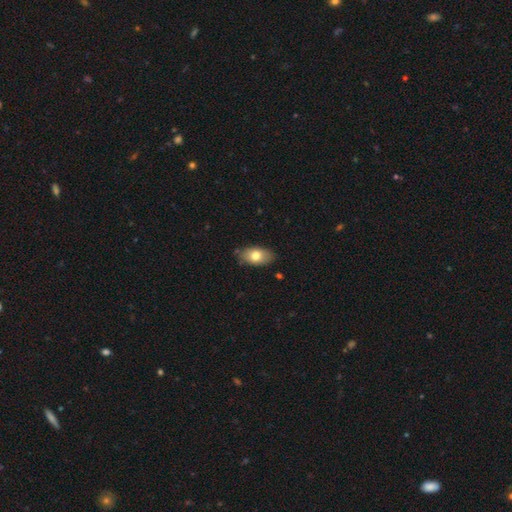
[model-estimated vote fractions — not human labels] smooth_or_featured: smooth (p=0.76) [alt: featured or disk p=0.17]
how_rounded: in between (p=0.91) [alt: round p=0.06]
merging: none (p=0.81) [alt: minor disturbance p=0.15]